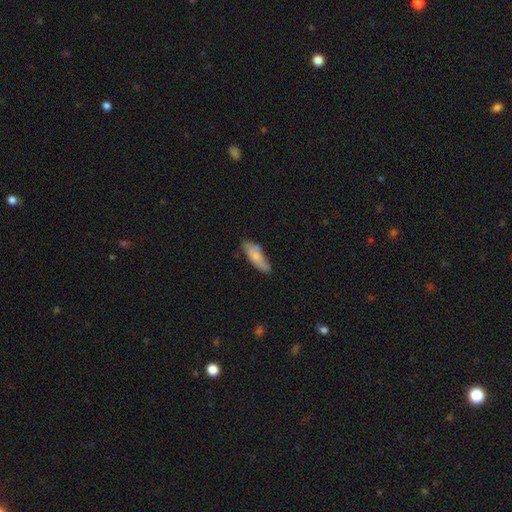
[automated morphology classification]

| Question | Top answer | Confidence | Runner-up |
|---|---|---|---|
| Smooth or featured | smooth | 74% | featured or disk (20%) |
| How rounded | in between | 54% | cigar-shaped (45%) |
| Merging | none | 69% | minor disturbance (22%) |